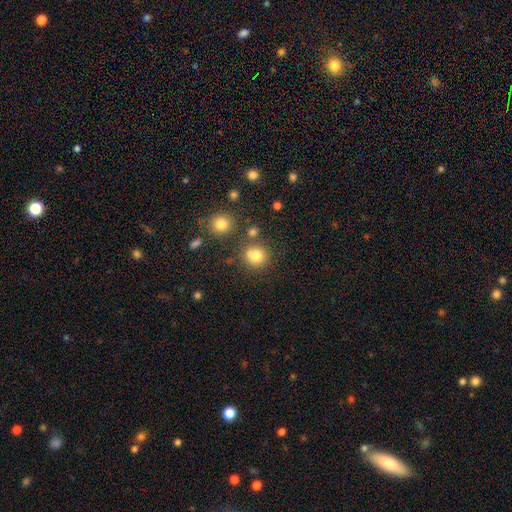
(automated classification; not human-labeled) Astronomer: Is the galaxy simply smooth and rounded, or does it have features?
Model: smooth — 79%.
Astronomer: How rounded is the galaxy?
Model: round — 87%.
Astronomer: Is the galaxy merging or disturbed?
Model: none — 74%.